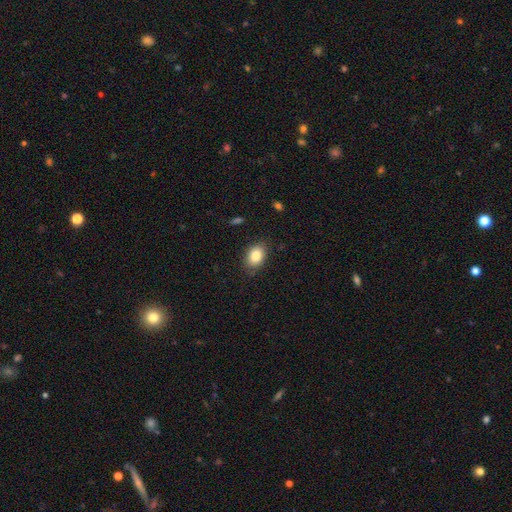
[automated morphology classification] Smooth or featured?
  - smooth: 84% *
  - star or artifact: 8%
  - featured or disk: 8%
How rounded?
  - in between: 79% *
  - round: 20%
  - cigar-shaped: 1%
Merging?
  - none: 83% *
  - minor disturbance: 13%
  - major disturbance: 3%
  - merger: 1%